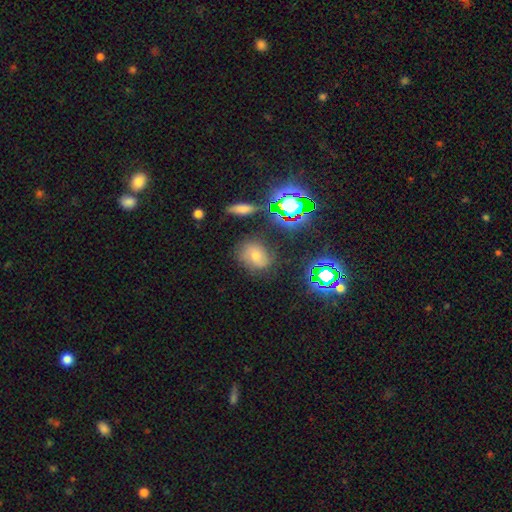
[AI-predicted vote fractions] Smooth or featured? Predicted: smooth (p=0.44). Merging? Predicted: none (p=0.75).